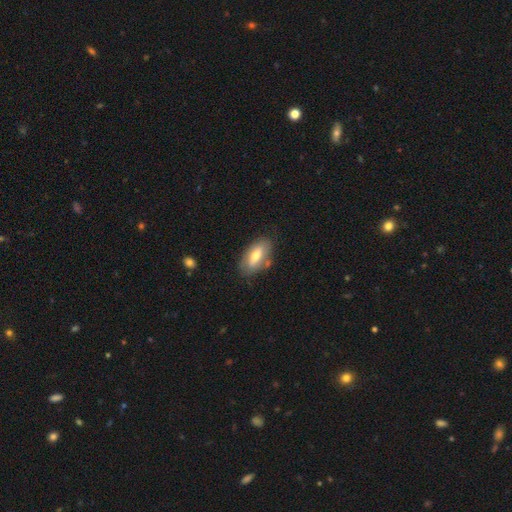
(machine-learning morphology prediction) Smooth or featured? smooth (64%)
How rounded? in between (88%)
Merging? none (75%)